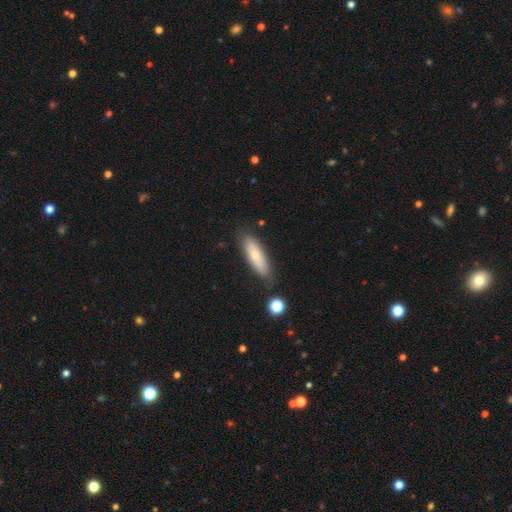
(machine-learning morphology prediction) Smooth or featured?
  - smooth: 66% *
  - featured or disk: 28%
  - star or artifact: 7%
How rounded?
  - in between: 51% *
  - cigar-shaped: 47%
  - round: 2%
Merging?
  - none: 80% *
  - minor disturbance: 14%
  - major disturbance: 3%
  - merger: 3%